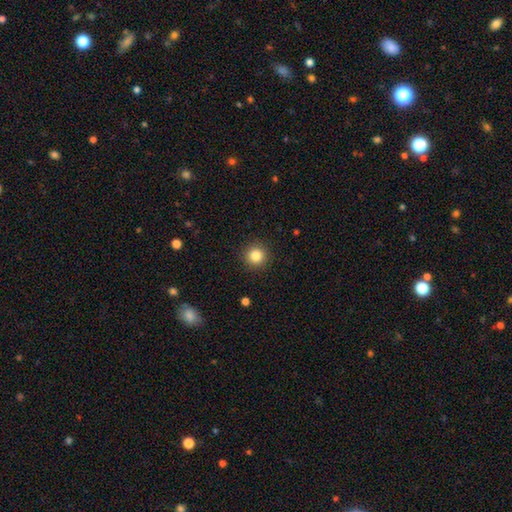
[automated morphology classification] The model was most divided on "smooth or featured": smooth: 84%, star or artifact: 11%, featured or disk: 5%. More confident: how rounded — round (95%); merging — none (91%).